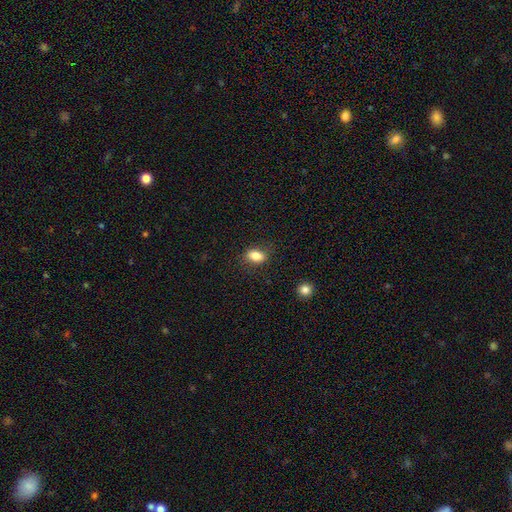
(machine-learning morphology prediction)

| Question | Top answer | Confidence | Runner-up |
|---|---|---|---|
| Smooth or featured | smooth | 82% | star or artifact (9%) |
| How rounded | in between | 82% | round (15%) |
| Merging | none | 81% | minor disturbance (14%) |